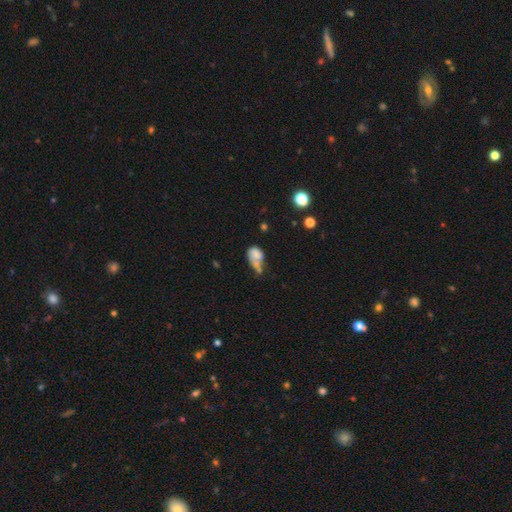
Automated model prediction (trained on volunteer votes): smooth 65%, featured or disk 23%, star or artifact 12%. Down the decision tree: how rounded — in between (72%); merging — merger (41%).